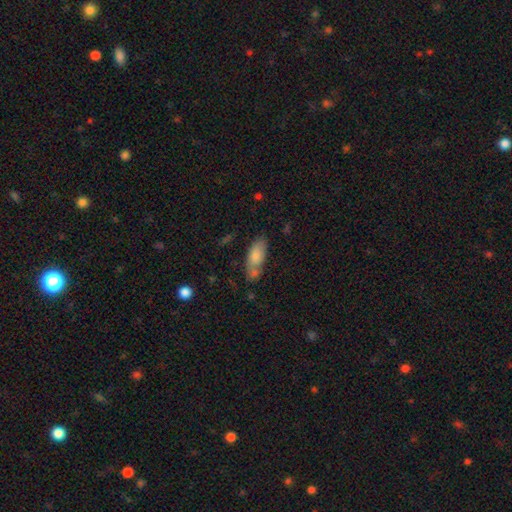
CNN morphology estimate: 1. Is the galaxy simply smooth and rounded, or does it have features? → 77% smooth, 15% featured or disk, 7% star or artifact.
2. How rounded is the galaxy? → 78% in between, 20% cigar-shaped, 3% round.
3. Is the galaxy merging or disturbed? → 52% none, 22% merger, 20% minor disturbance, 6% major disturbance.